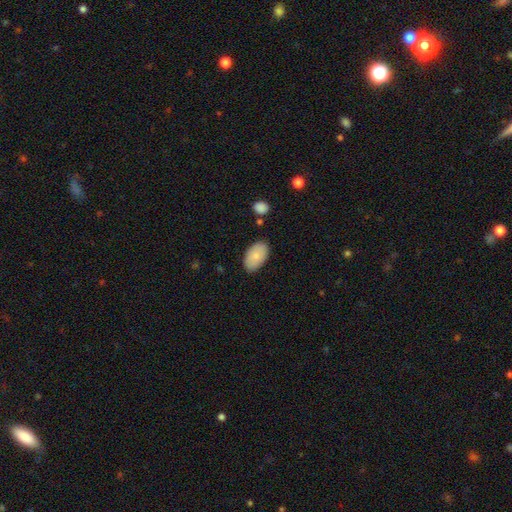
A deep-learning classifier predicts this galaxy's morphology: This appears to be a smooth galaxy with no disk features (83%) that is in between round and cigar-shaped (94%). Merging: none (83%).